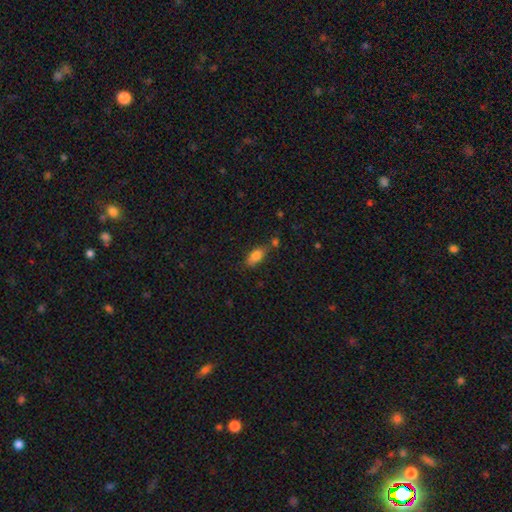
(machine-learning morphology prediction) This appears to be a smooth galaxy with no disk features (82%) that is in between round and cigar-shaped (87%). Merging: none (64%).